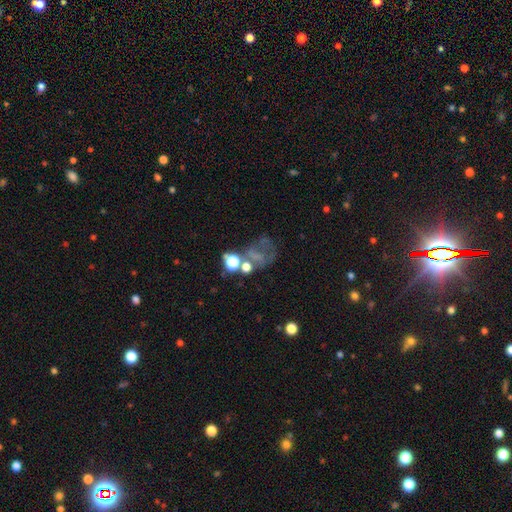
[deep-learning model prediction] smooth_or_featured: smooth (p=0.34) [tied with: star or artifact p=0.34]
merging: none (p=0.37) [alt: major disturbance p=0.31]